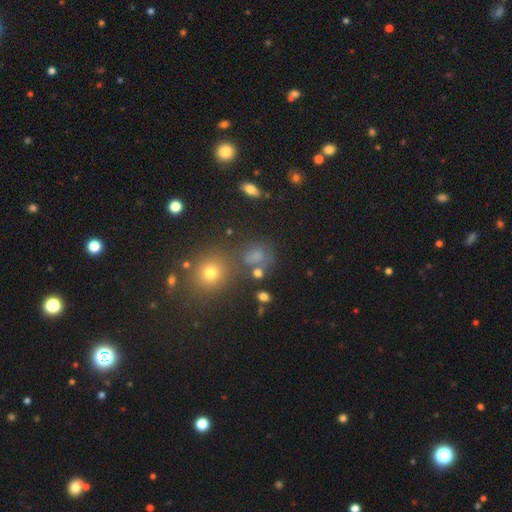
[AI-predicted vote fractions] Morphology: type=smooth (59%); roundness=round (60%); merging=none (55%).